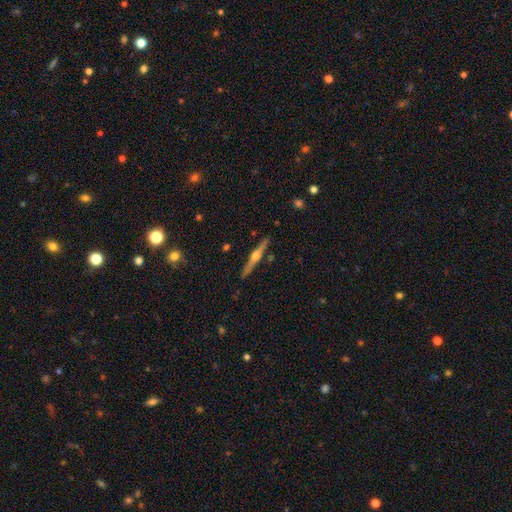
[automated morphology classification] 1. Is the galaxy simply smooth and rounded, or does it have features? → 80% featured or disk, 14% smooth, 6% star or artifact.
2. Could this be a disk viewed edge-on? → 98% yes, 2% no.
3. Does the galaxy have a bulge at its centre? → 94% rounded, 3% boxy, 3% none.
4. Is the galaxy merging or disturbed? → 91% none, 6% minor disturbance, 1% merger, 1% major disturbance.